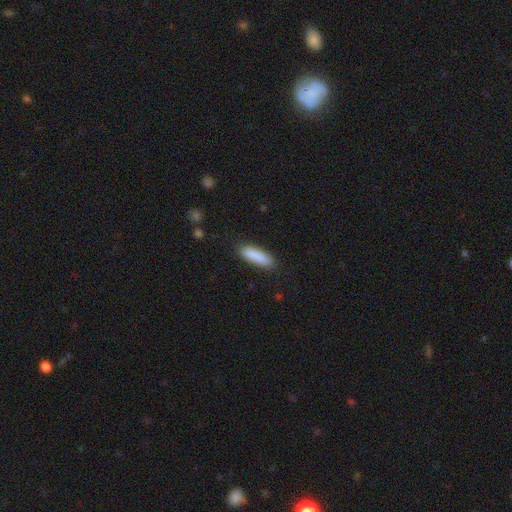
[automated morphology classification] The model was most divided on "how rounded": cigar-shaped: 61%, in between: 38%, round: 2%. More confident: smooth or featured — smooth (88%); merging — none (86%).